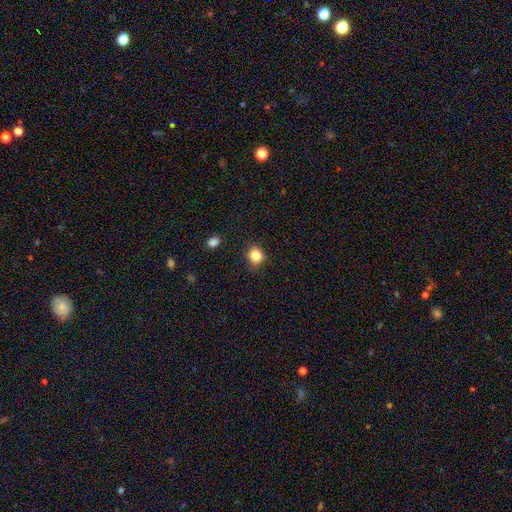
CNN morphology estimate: Overall: smooth (84%). How rounded: round (74%). Merging: none (85%).